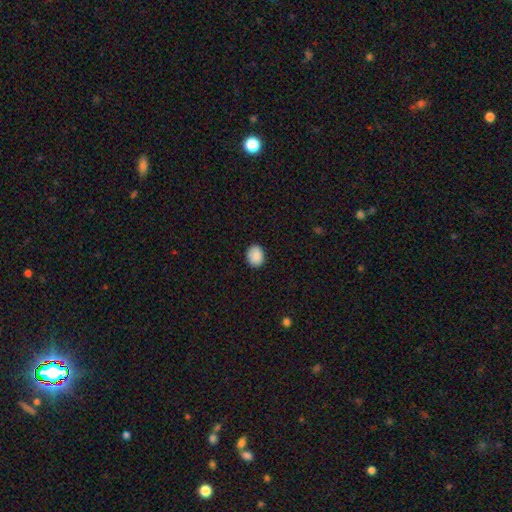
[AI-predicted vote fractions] The model was most divided on "how rounded": round: 53%, in between: 46%, cigar-shaped: 1%. More confident: smooth or featured — smooth (90%); merging — none (89%).